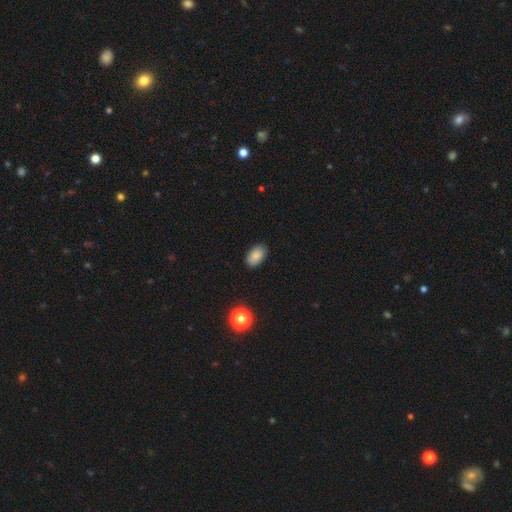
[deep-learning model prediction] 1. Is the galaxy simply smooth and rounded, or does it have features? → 87% smooth, 9% star or artifact, 5% featured or disk.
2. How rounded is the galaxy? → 92% in between, 7% round, 1% cigar-shaped.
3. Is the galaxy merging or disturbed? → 87% none, 10% minor disturbance, 2% major disturbance, 1% merger.